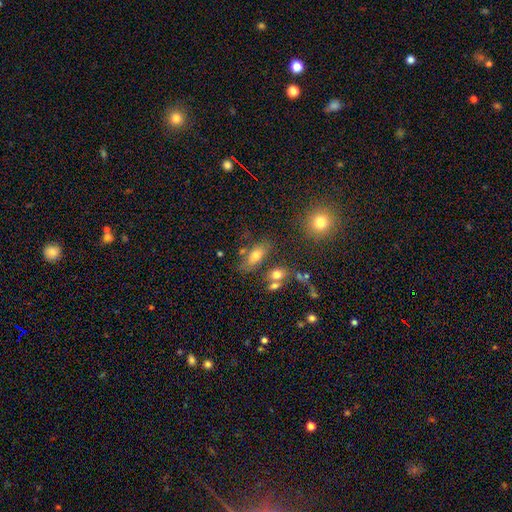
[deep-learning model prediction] Smooth or featured?
  - smooth: 70% *
  - featured or disk: 20%
  - star or artifact: 11%
How rounded?
  - in between: 76% *
  - cigar-shaped: 18%
  - round: 7%
Merging?
  - none: 61% *
  - merger: 17%
  - minor disturbance: 15%
  - major disturbance: 7%